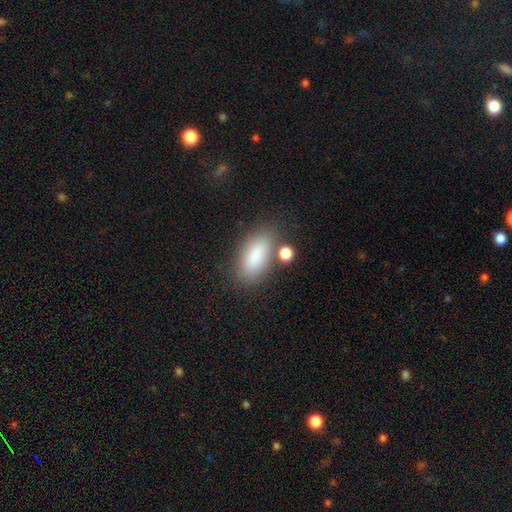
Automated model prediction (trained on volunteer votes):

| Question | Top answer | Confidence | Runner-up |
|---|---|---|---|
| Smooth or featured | smooth | 84% | star or artifact (8%) |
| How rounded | in between | 86% | cigar-shaped (10%) |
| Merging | none | 70% | minor disturbance (14%) |